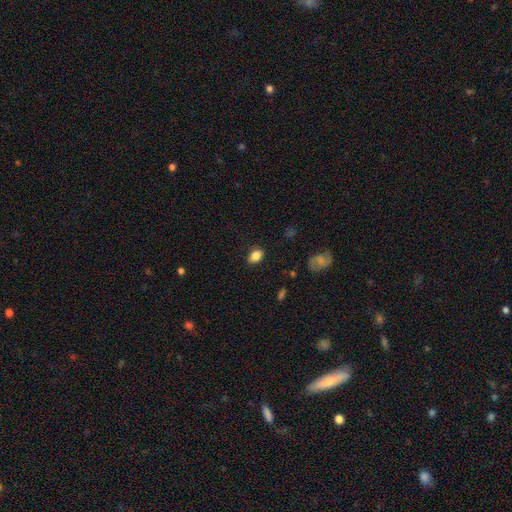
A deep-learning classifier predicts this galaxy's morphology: smooth 85%, star or artifact 9%, featured or disk 6%. Down the decision tree: how rounded — in between (75%); merging — none (84%).